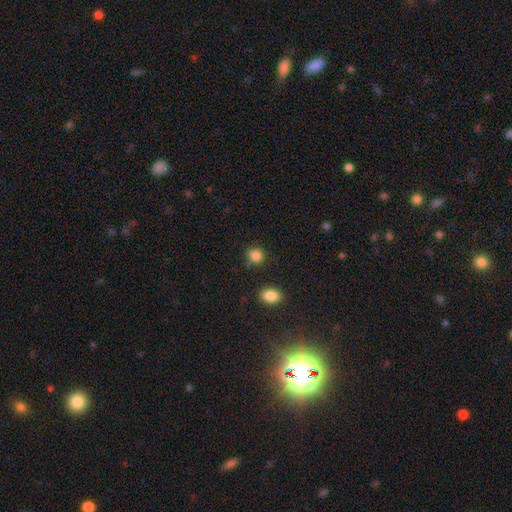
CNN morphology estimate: Smooth or featured? Predicted: smooth (p=0.84). How rounded? Predicted: round (p=0.70). Merging? Predicted: none (p=0.72).